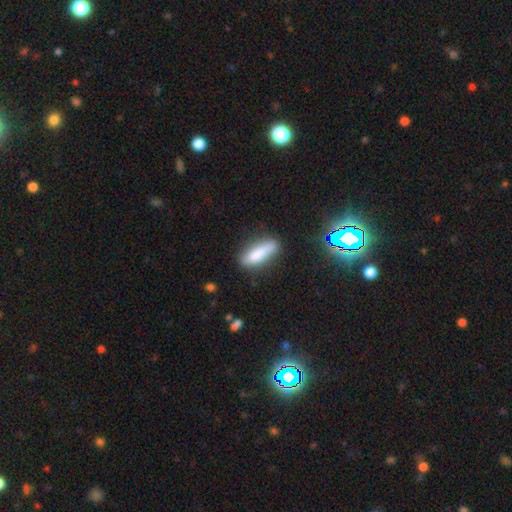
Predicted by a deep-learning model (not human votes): A smooth galaxy with no disk features (75%) that is cigar-shaped (50%).

Vote fractions:
- Smooth or featured? smooth: 75% / featured or disk: 13% / star or artifact: 12%
- How rounded? cigar-shaped: 50% / in between: 48% / round: 3%
- Merging? none: 74% / minor disturbance: 18% / major disturbance: 5% / merger: 3%